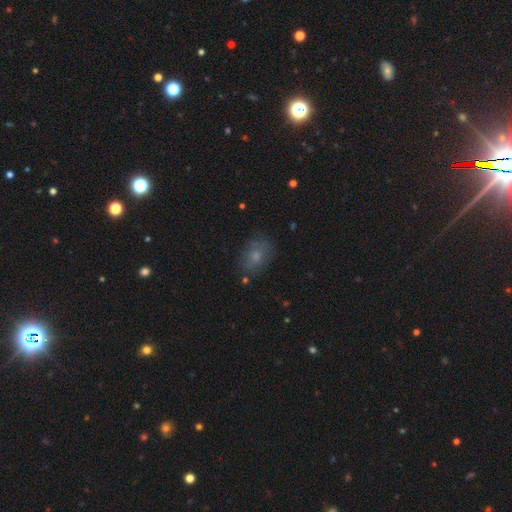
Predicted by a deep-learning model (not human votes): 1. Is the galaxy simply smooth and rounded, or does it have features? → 66% smooth, 21% featured or disk, 12% star or artifact.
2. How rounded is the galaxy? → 74% in between, 25% round, 1% cigar-shaped.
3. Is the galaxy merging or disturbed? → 69% none, 20% minor disturbance, 8% major disturbance, 3% merger.